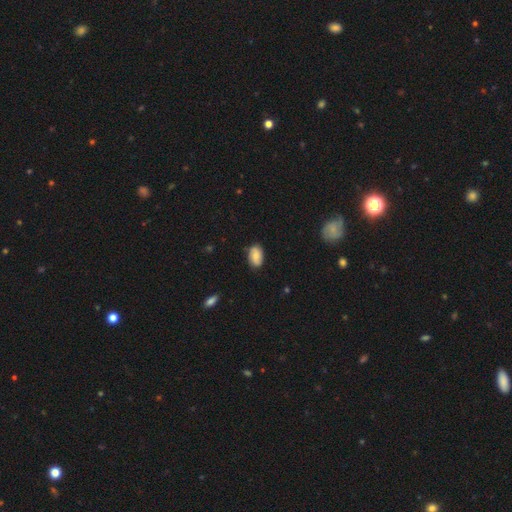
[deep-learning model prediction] This appears to be a smooth galaxy with no disk features (77%) that is in between round and cigar-shaped (91%). Merging: none (78%).